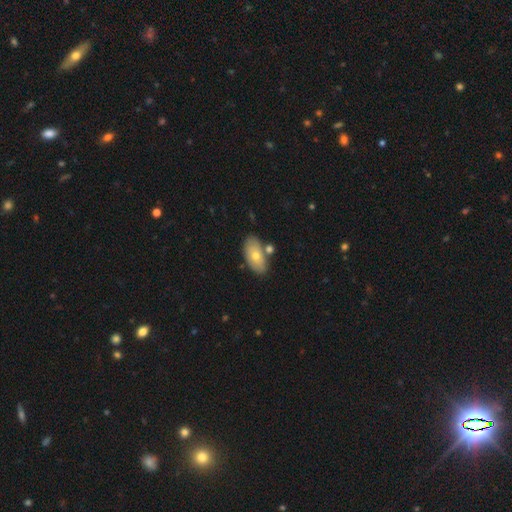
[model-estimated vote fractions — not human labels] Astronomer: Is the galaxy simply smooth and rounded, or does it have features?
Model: smooth — 64%.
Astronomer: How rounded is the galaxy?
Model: in between — 92%.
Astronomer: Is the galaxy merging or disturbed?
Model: none — 73%.